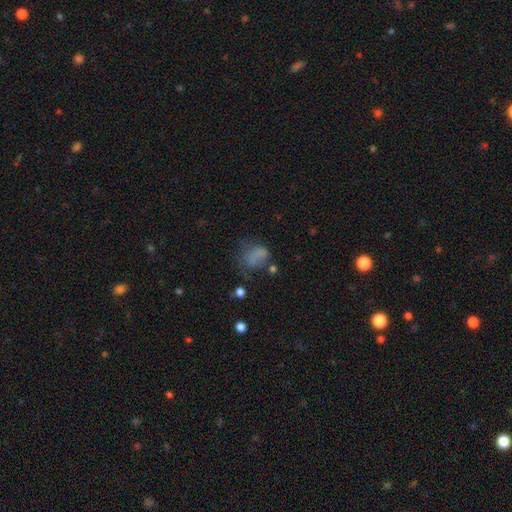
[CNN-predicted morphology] Smooth or featured? smooth (63%)
How rounded? in between (63%)
Merging? major disturbance (37%)